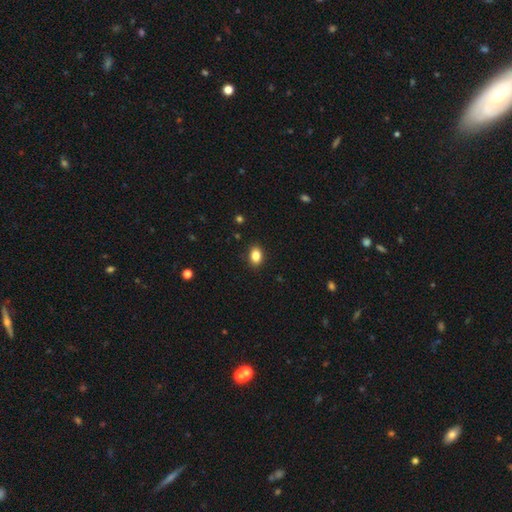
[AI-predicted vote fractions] The model was most divided on "how rounded": in between: 76%, round: 23%, cigar-shaped: 1%. More confident: merging — none (89%); smooth or featured — smooth (85%).